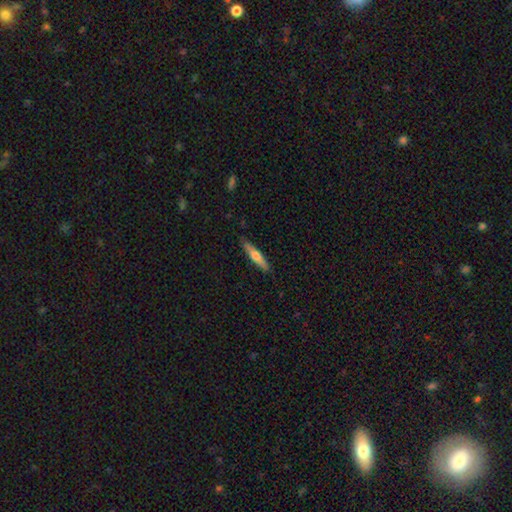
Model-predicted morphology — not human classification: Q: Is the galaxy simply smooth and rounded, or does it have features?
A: smooth — 56%.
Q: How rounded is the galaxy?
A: cigar-shaped — 87%.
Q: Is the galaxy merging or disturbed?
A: none — 88%.